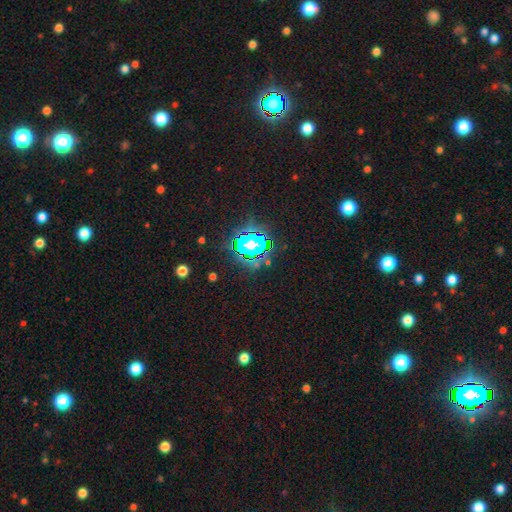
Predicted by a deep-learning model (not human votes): smooth_or_featured: star or artifact (p=0.80) [alt: smooth p=0.12]